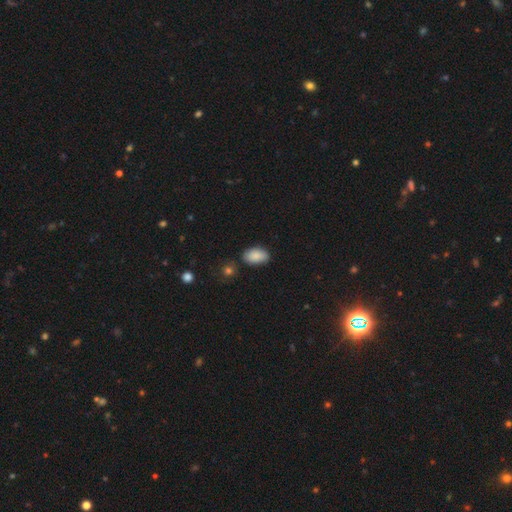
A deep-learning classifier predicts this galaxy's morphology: This is clearly a smooth galaxy (87%). How rounded: clearly in between (92%). Merging: likely none (77%).